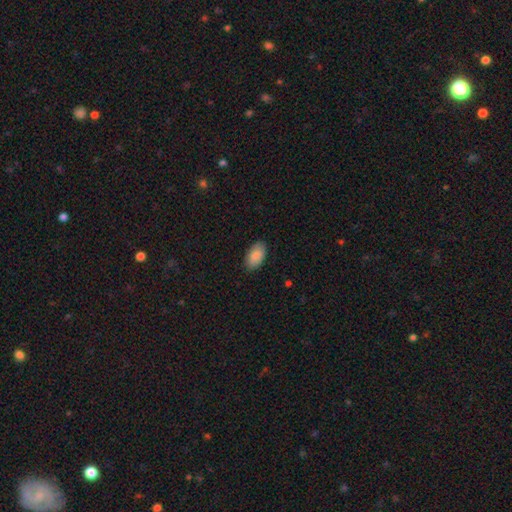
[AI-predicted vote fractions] Morphology: type=smooth (89%); roundness=in between (95%); merging=none (87%).